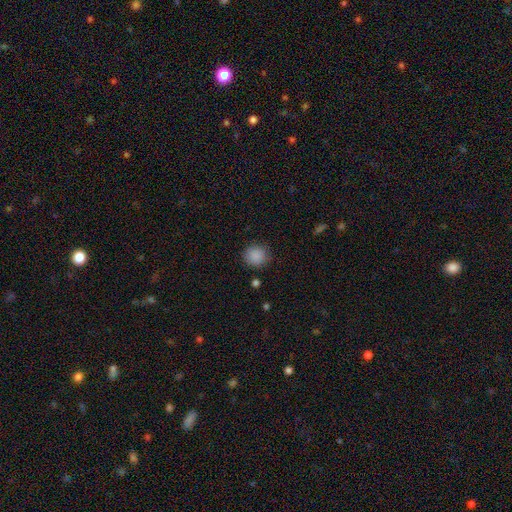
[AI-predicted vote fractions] A smooth galaxy with no disk features (88%) that is round (91%).

Vote fractions:
- Smooth or featured? smooth: 88% / star or artifact: 9% / featured or disk: 3%
- How rounded? round: 91% / in between: 8% / cigar-shaped: 1%
- Merging? none: 88% / minor disturbance: 8% / major disturbance: 3% / merger: 2%